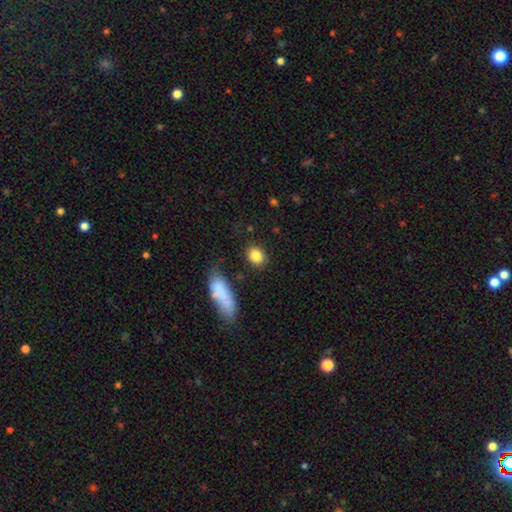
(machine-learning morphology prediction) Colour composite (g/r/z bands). It shows a smooth galaxy with no disk features (85%) that is round (53%). Merging: none (83%).